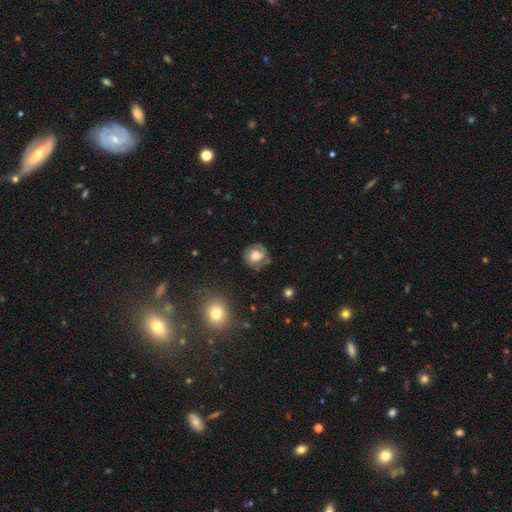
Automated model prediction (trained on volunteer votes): This is possibly a featured or disk galaxy (46%). Merging: likely none (67%).